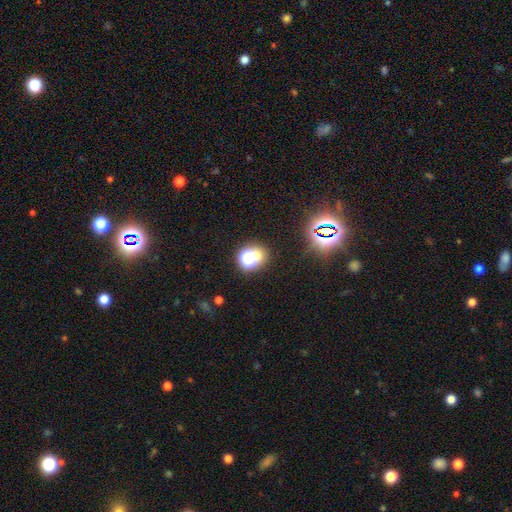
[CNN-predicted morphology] A smooth galaxy with no disk features (44%, tied with star or artifact).

Vote fractions:
- Smooth or featured? smooth: 44% (tied) / star or artifact: 44% (tied) / featured or disk: 11%
- Merging? none: 64% / merger: 18% / minor disturbance: 11% / major disturbance: 7%